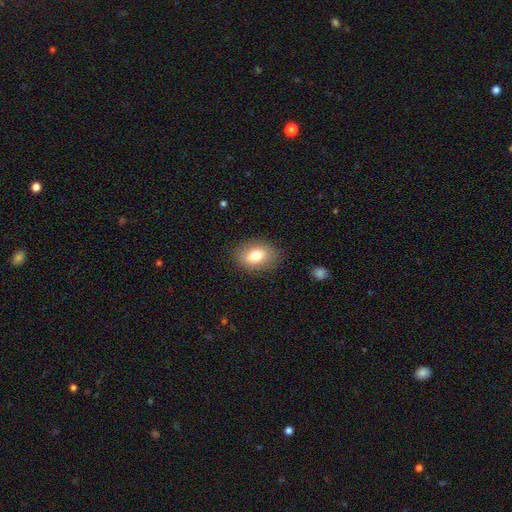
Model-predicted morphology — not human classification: Overall: smooth (76%). How rounded: in between (77%). Merging: none (84%).